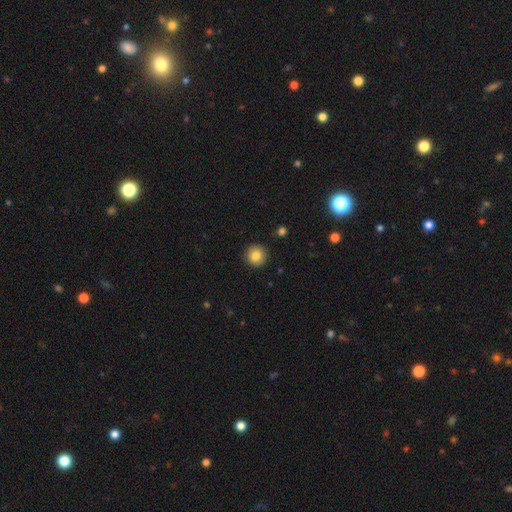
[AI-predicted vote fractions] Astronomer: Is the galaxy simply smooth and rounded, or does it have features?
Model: smooth — 84%.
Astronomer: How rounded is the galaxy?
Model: round — 95%.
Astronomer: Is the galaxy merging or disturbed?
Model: none — 92%.